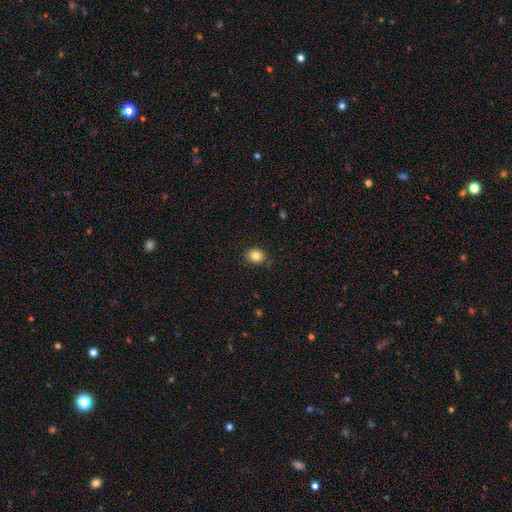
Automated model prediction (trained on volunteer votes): This is clearly a smooth galaxy (84%). How rounded: likely round (61%). Merging: clearly none (84%).